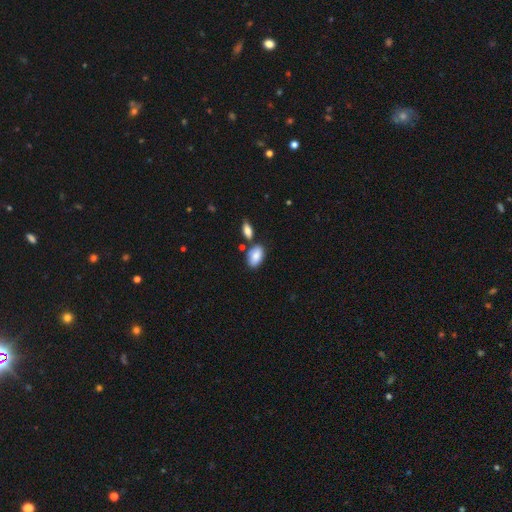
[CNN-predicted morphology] A smooth galaxy with no disk features (85%) that is in between round and cigar-shaped (92%). Merging: none (66%).